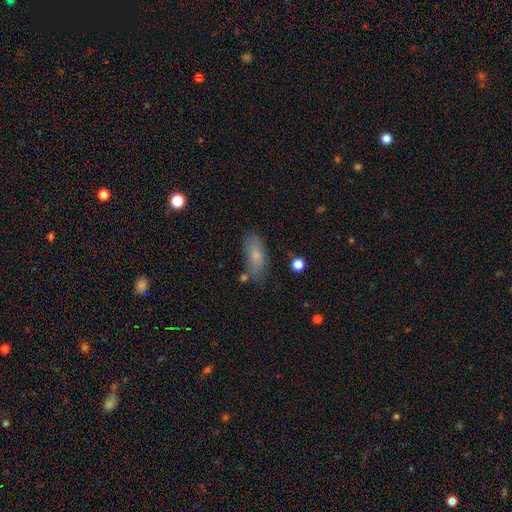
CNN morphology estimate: smooth-or-featured: smooth: 73% | featured or disk: 18% | star or artifact: 9%
  how-rounded: in between: 75% | cigar-shaped: 21% | round: 4%
  merging: none: 69% | minor disturbance: 20% | major disturbance: 6% | merger: 6%